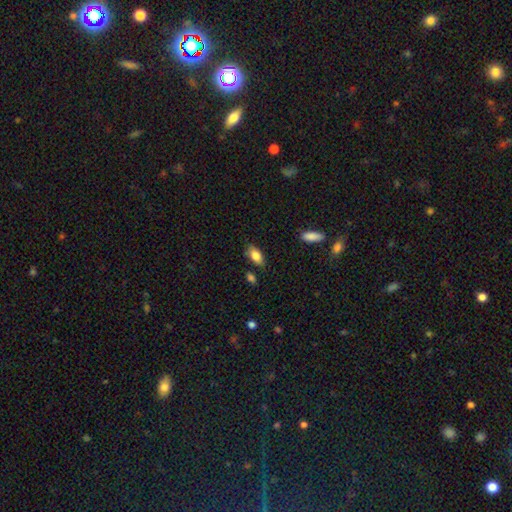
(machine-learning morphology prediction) Overall: smooth (83%). How rounded: in between (89%). Merging: none (78%).